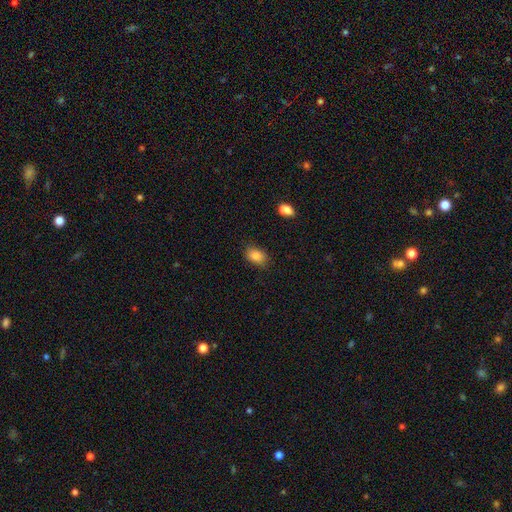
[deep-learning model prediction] smooth-or-featured: smooth: 86% | star or artifact: 9% | featured or disk: 5%
  how-rounded: in between: 81% | round: 18% | cigar-shaped: 1%
  merging: none: 81% | minor disturbance: 14% | major disturbance: 3% | merger: 2%